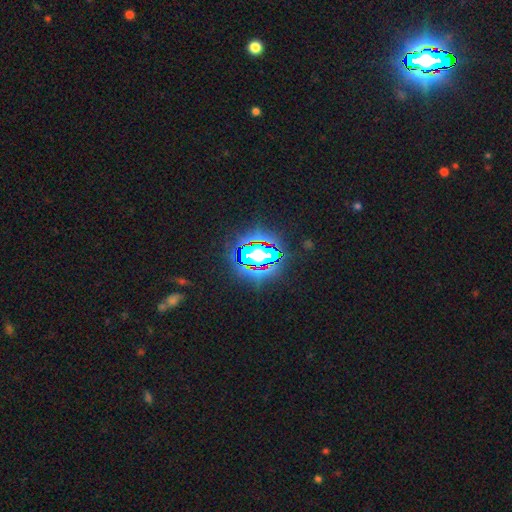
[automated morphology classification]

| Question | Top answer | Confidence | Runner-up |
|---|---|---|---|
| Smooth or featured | star or artifact | 77% | smooth (13%) |